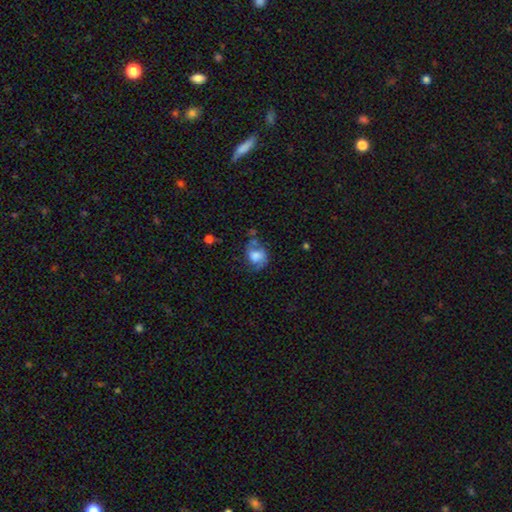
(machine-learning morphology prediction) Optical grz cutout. It shows a smooth galaxy with no disk features (56%) that is in between round and cigar-shaped (51%). Merging: none (42%).